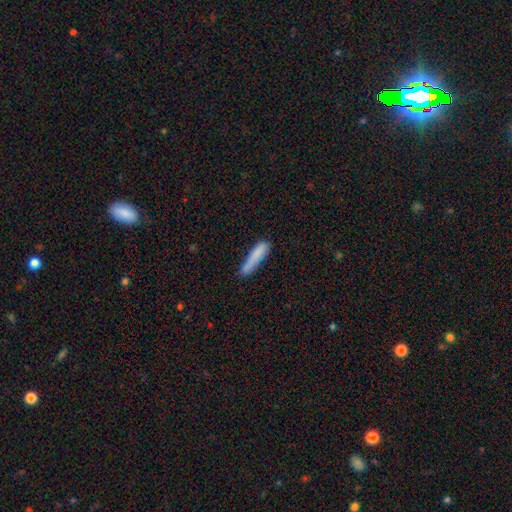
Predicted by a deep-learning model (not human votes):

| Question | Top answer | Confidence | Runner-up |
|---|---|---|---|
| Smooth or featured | smooth | 81% | featured or disk (12%) |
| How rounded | cigar-shaped | 87% | in between (11%) |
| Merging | none | 63% | minor disturbance (26%) |